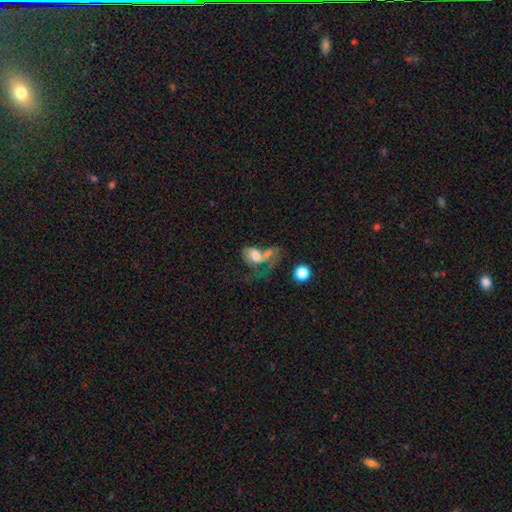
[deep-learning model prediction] Smooth or featured: smooth — 48% (featured or disk — 42%)
Merging: merger — 42% (major disturbance — 34%)